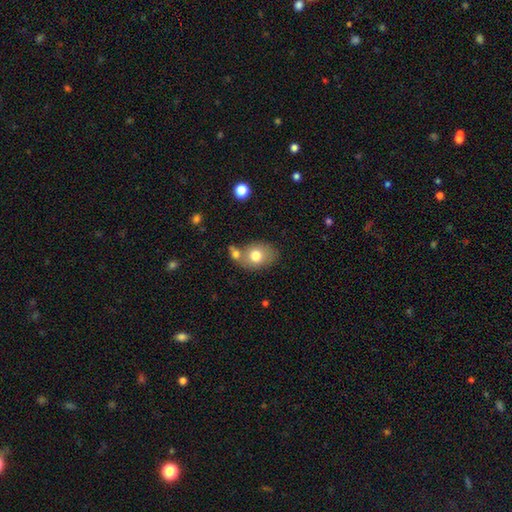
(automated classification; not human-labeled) A smooth galaxy with no disk features (75%) that is in between round and cigar-shaped (65%). Merging: none (55%).